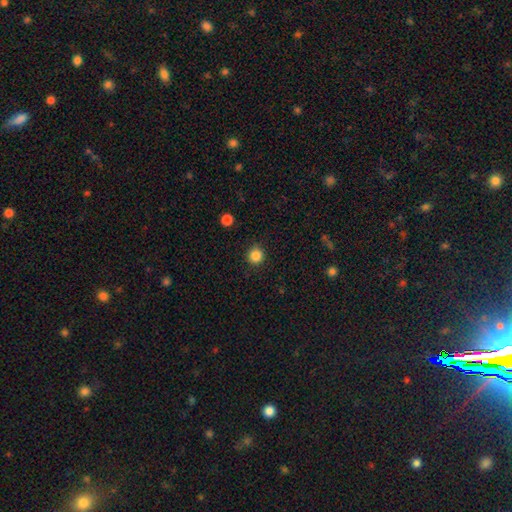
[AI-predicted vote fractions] Smooth or featured? Predicted: smooth (p=0.86). How rounded? Predicted: round (p=0.93). Merging? Predicted: none (p=0.91).